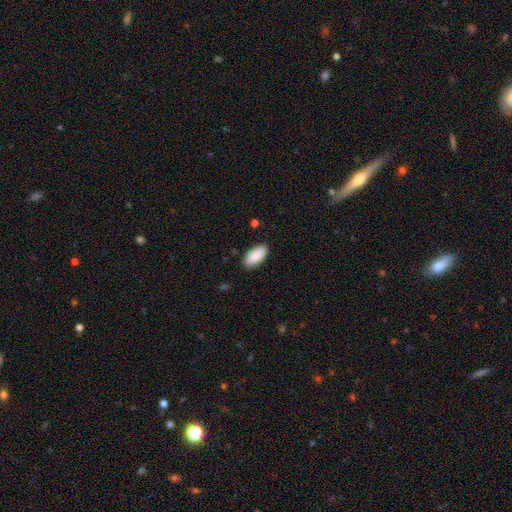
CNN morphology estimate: Smooth or featured: smooth — 89% (star or artifact — 6%)
How rounded: in between — 92% (cigar-shaped — 6%)
Merging: none — 87% (minor disturbance — 10%)